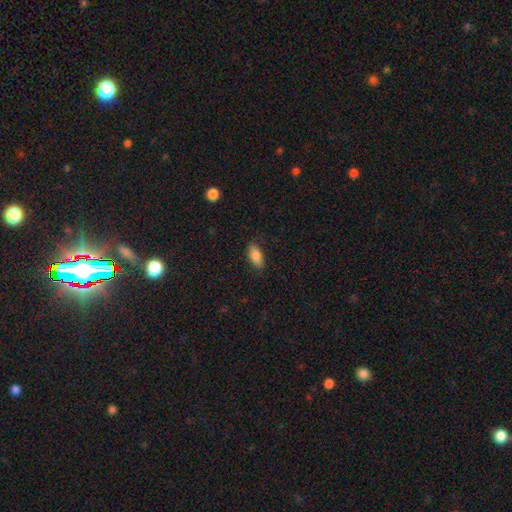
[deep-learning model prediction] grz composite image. It shows a smooth galaxy with no disk features (82%) that is in between round and cigar-shaped (85%). Merging: none (85%).